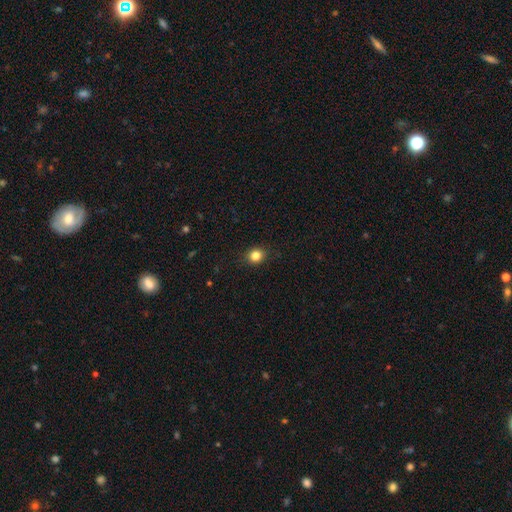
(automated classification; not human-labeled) smooth_or_featured: smooth (p=0.84) [alt: star or artifact p=0.11]
how_rounded: round (p=0.75) [alt: in between p=0.24]
merging: none (p=0.89) [alt: minor disturbance p=0.08]